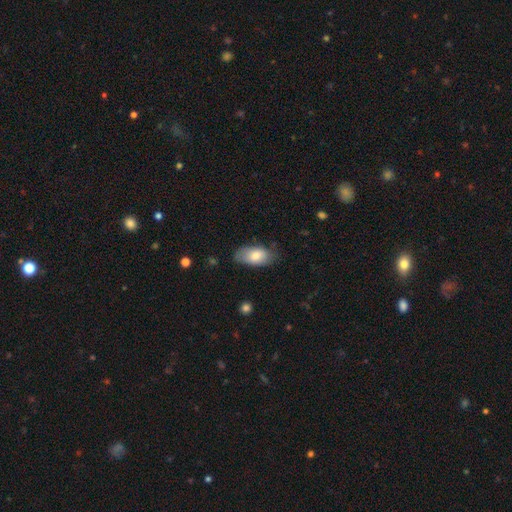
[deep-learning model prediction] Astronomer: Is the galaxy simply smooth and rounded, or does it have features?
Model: smooth — 77%.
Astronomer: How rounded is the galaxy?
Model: in between — 93%.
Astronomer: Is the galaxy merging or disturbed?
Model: none — 69%.